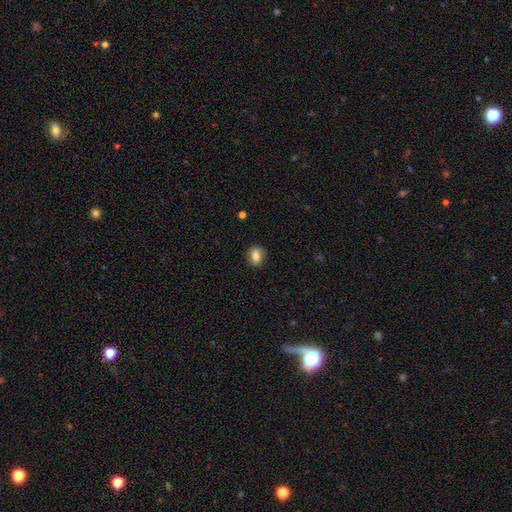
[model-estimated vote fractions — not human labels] This appears to be a smooth galaxy with no disk features (82%) that is in between round and cigar-shaped (60%). Merging: none (82%).